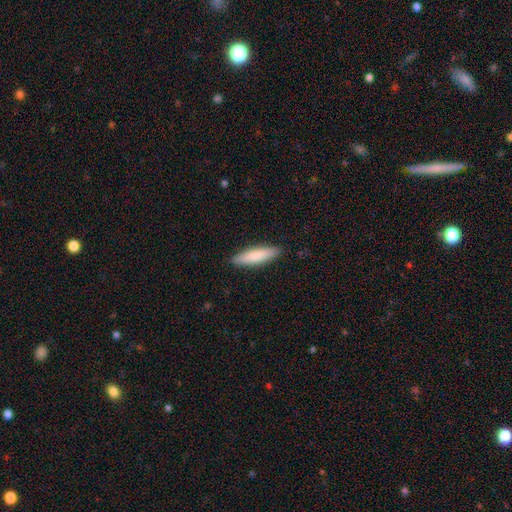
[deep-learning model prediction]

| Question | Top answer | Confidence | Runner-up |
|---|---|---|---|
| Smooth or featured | smooth | 82% | featured or disk (13%) |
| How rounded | cigar-shaped | 72% | in between (26%) |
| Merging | none | 89% | minor disturbance (8%) |